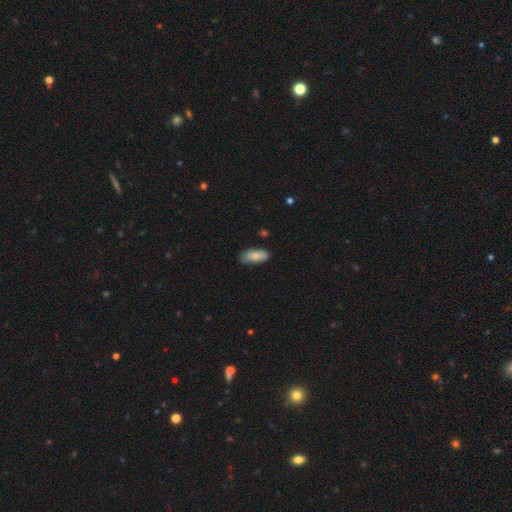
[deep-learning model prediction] Smooth or featured? Predicted: smooth (p=0.85). How rounded? Predicted: in between (p=0.87). Merging? Predicted: none (p=0.76).